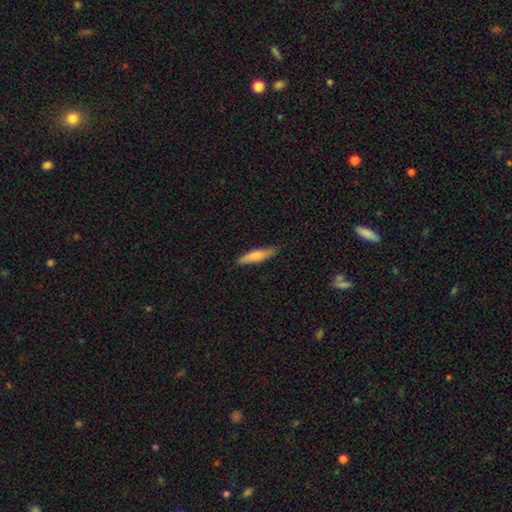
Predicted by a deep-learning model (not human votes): This appears to be a smooth galaxy with no disk features (75%) that is cigar-shaped (76%). Merging: none (85%).